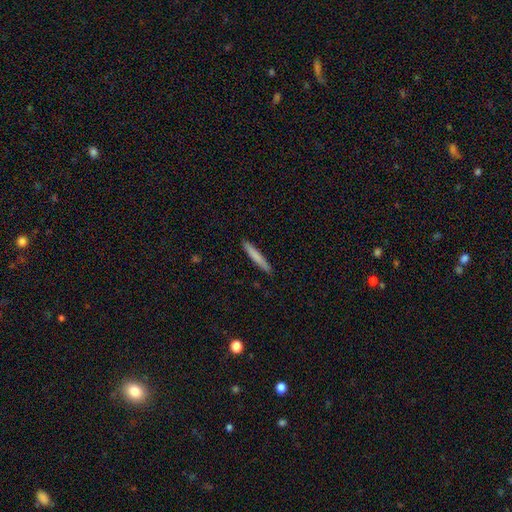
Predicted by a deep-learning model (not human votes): This appears to be a smooth galaxy with no disk features (77%) that is cigar-shaped (95%). Merging: none (90%).